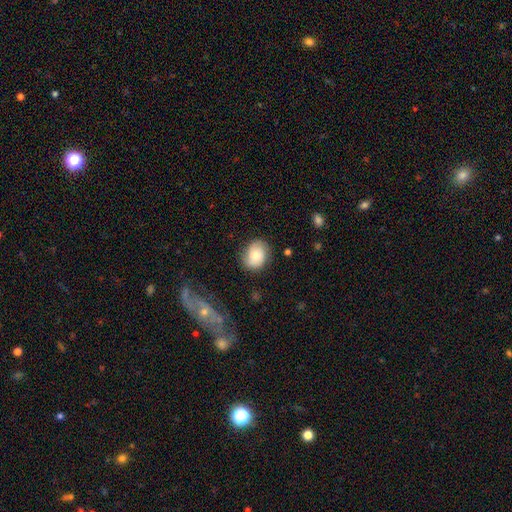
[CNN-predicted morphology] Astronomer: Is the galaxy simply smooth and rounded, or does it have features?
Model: smooth — 60%.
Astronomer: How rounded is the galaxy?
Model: round — 54% (runner-up: in between, 45%).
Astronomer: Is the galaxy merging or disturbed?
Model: none — 76%.